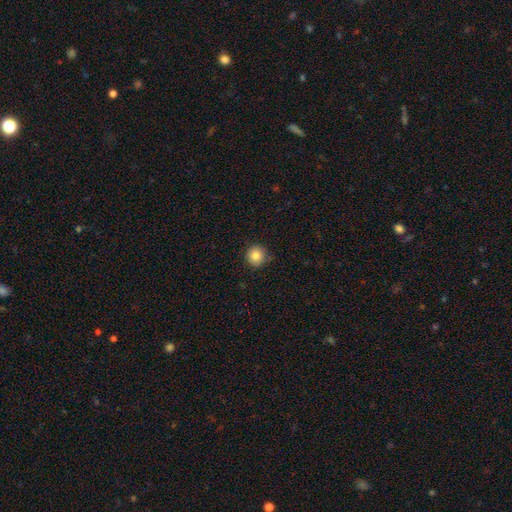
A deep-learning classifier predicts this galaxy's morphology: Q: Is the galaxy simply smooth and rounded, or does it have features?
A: smooth — 83%.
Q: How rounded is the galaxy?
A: round — 94%.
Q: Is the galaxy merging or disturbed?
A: none — 88%.